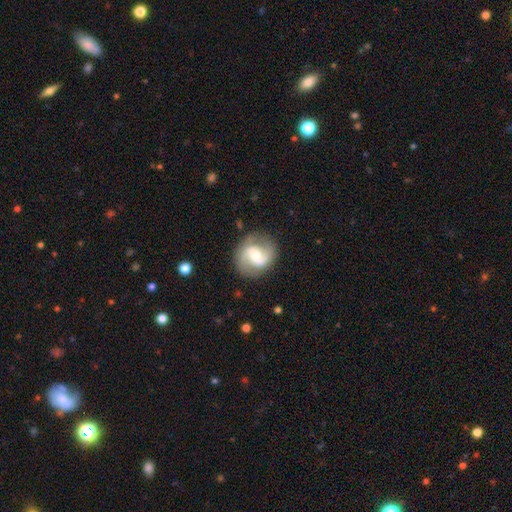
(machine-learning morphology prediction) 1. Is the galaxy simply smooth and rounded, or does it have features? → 78% featured or disk, 17% smooth, 6% star or artifact.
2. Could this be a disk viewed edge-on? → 98% no, 2% yes.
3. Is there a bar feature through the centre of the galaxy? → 44% weak, 43% no, 14% strong.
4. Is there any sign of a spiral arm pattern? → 93% yes, 7% no.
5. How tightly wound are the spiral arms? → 50% medium, 28% loose, 22% tight.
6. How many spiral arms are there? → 89% 2, 5% can't tell, 3% 1, 2% 3, 1% 4, 1% more than 4.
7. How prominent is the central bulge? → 58% moderate, 34% small, 6% large, 2% none, 1% dominant.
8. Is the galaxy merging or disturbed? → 81% none, 12% minor disturbance, 5% major disturbance, 1% merger.